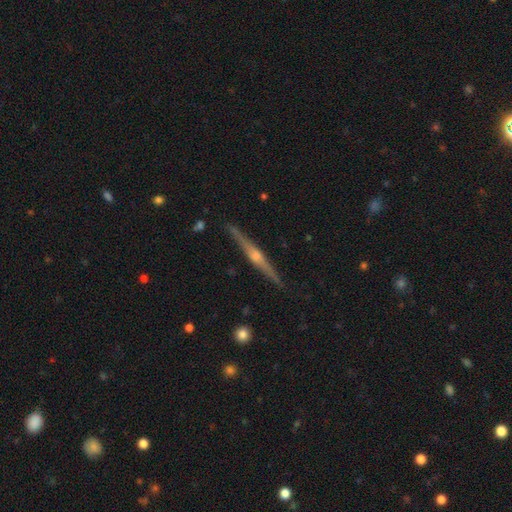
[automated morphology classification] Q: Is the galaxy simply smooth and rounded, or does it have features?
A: featured or disk — 85%.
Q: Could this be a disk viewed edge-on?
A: yes — 98%.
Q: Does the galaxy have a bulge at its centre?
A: rounded — 86%.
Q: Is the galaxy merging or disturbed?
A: none — 91%.